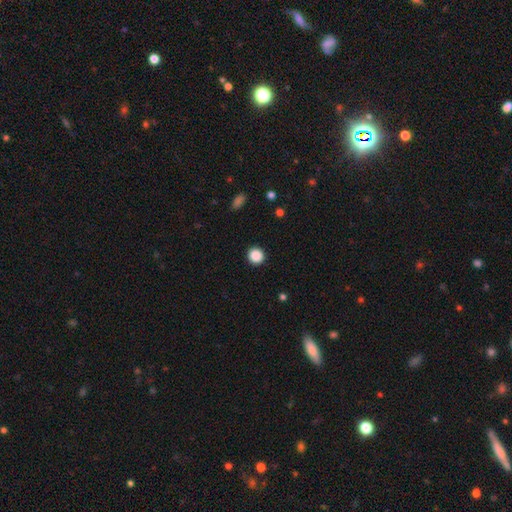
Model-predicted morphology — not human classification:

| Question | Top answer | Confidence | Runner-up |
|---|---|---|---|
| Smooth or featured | smooth | 88% | star or artifact (10%) |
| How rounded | round | 94% | in between (5%) |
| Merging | none | 93% | minor disturbance (5%) |